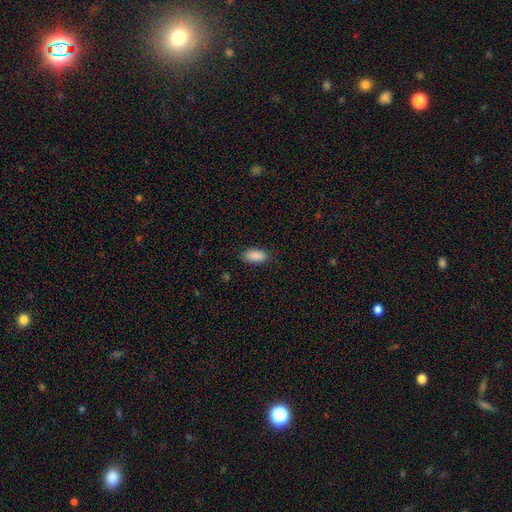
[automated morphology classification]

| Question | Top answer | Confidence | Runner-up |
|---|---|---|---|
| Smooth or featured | smooth | 90% | star or artifact (7%) |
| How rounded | in between | 91% | cigar-shaped (7%) |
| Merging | none | 86% | minor disturbance (10%) |